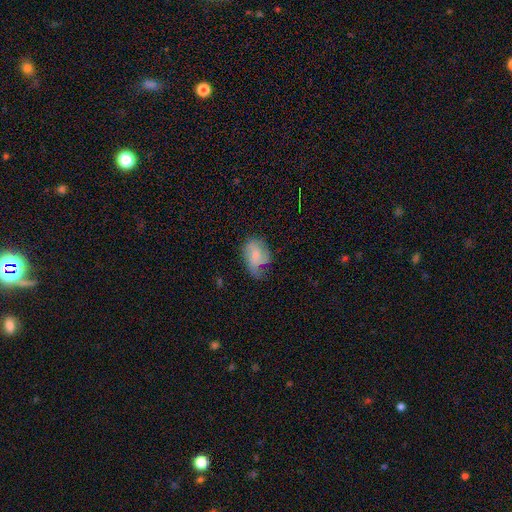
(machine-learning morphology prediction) smooth-or-featured: featured or disk: 53% | smooth: 40% | star or artifact: 8%
  disk-edge-on: no: 97% | yes: 3%
    bar: no: 63% | weak: 32% | strong: 5%
    has-spiral-arms: yes: 81% | no: 19%
    bulge-size: small: 43% | moderate: 35% | none: 16% | large: 4% | dominant: 1%
  merging: none: 38% | minor disturbance: 33% | major disturbance: 26% | merger: 2%